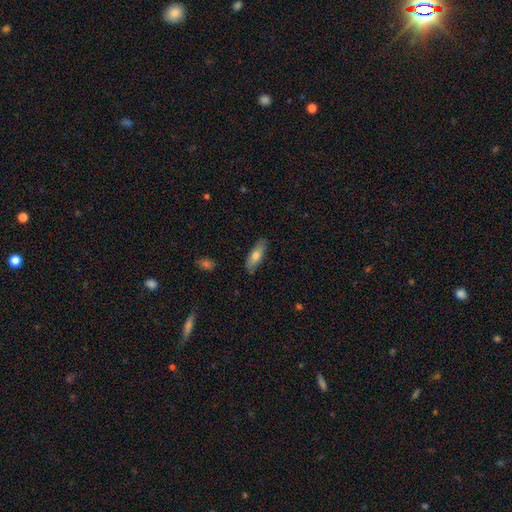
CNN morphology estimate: Smooth or featured?
  - smooth: 69% *
  - featured or disk: 25%
  - star or artifact: 6%
How rounded?
  - in between: 57% *
  - cigar-shaped: 40%
  - round: 2%
Merging?
  - none: 83% *
  - minor disturbance: 13%
  - major disturbance: 2%
  - merger: 2%